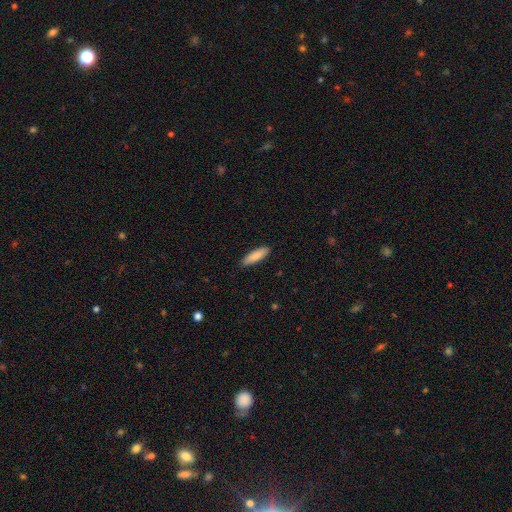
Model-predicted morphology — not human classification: type=smooth (87%); roundness=cigar-shaped (61%); merging=none (90%).